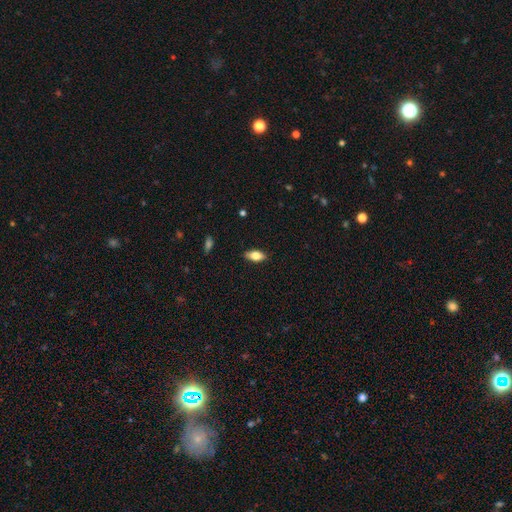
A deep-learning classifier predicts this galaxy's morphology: smooth-or-featured: smooth: 69% | featured or disk: 24% | star or artifact: 7%
  how-rounded: in between: 85% | cigar-shaped: 12% | round: 4%
  merging: none: 87% | minor disturbance: 10% | major disturbance: 2% | merger: 1%